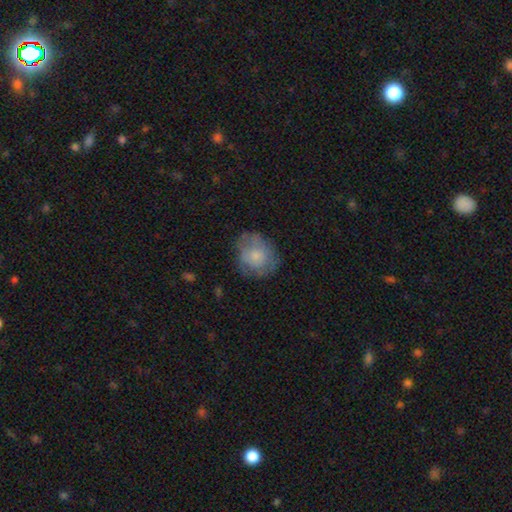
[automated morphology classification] Smooth or featured? smooth (68%)
How rounded? round (76%)
Merging? none (65%)